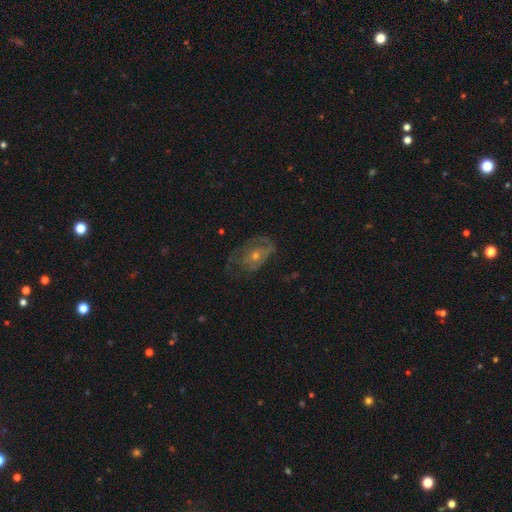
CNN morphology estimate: A featured or disk galaxy (68%) with no bar (78%), spiral arms (71%) and a small central bulge (50%).

Vote fractions:
- Smooth or featured? featured or disk: 68% / smooth: 20% / star or artifact: 12%
- Edge-on disk? no: 95% / yes: 5%
- Bar? no: 78% / weak: 18% / strong: 4%
- Spiral arms? yes: 71% / no: 29%
- Bulge size? small: 50% / moderate: 45% / large: 2% / none: 2% / dominant: 1%
- Merging? none: 56% / minor disturbance: 23% / major disturbance: 19% / merger: 2%